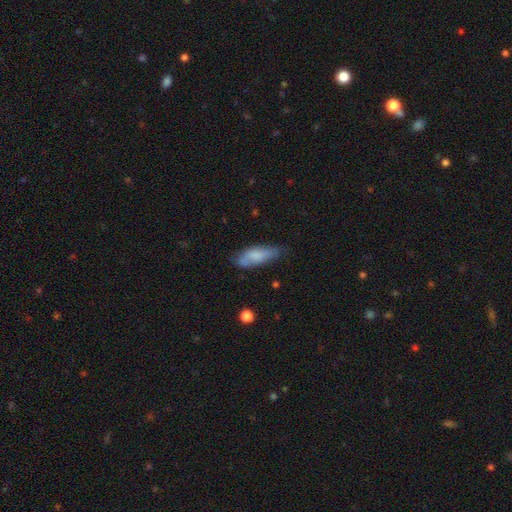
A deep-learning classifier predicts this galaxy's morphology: Q: Smooth or featured?
A: smooth (71%); runner-up: featured or disk (22%)
Q: How rounded?
A: in between (64%); runner-up: cigar-shaped (34%)
Q: Merging?
A: none (61%); runner-up: minor disturbance (30%)